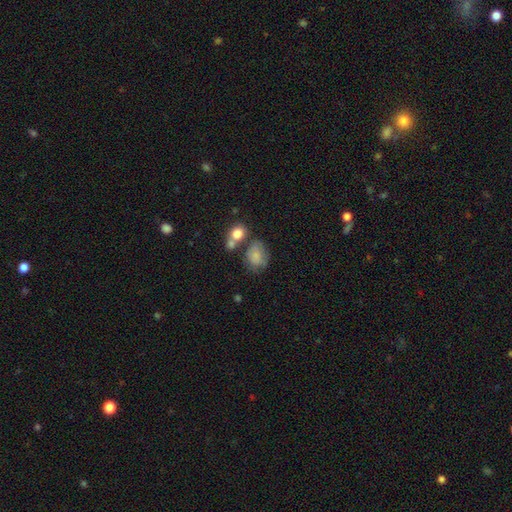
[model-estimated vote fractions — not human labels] smooth_or_featured: smooth (p=0.76) [alt: featured or disk p=0.15]
how_rounded: in between (p=0.63) [alt: round p=0.36]
merging: none (p=0.41) [alt: minor disturbance p=0.24]